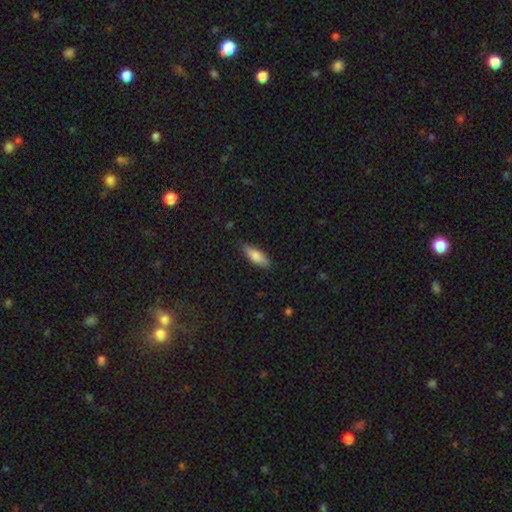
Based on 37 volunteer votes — Smooth or featured? smooth (76%)
How rounded? in between (64%)
Merging? none (83%)